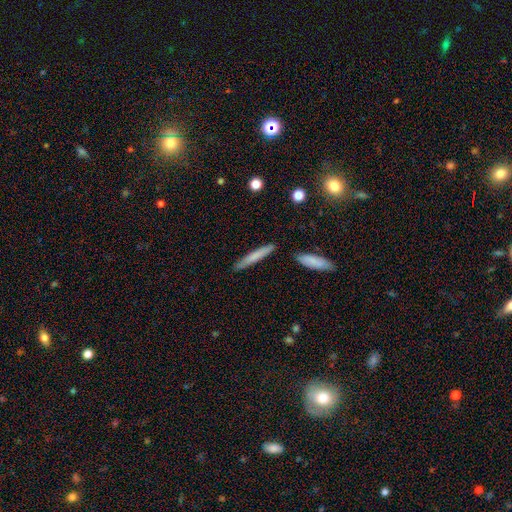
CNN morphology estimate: Smooth or featured? smooth (70%)
How rounded? cigar-shaped (94%)
Merging? none (85%)